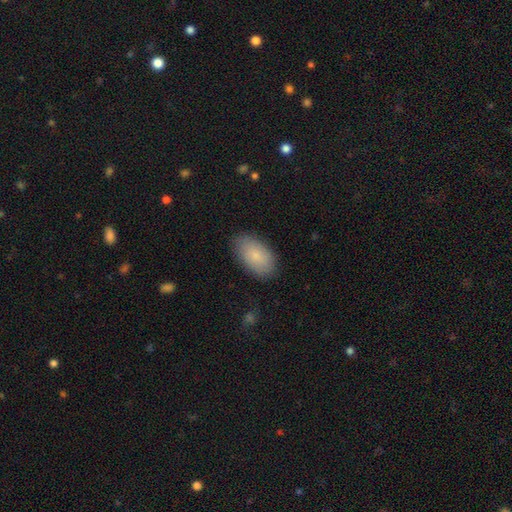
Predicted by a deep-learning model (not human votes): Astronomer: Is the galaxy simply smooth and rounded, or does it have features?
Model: smooth — 83%.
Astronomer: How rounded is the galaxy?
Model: in between — 94%.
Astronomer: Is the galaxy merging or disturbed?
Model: none — 85%.